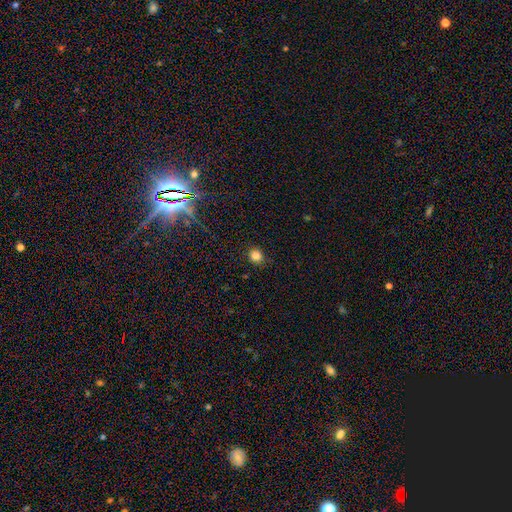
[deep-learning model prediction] The model was most divided on "how rounded": round: 80%, in between: 19%, cigar-shaped: 1%. More confident: merging — none (86%); smooth or featured — smooth (83%).